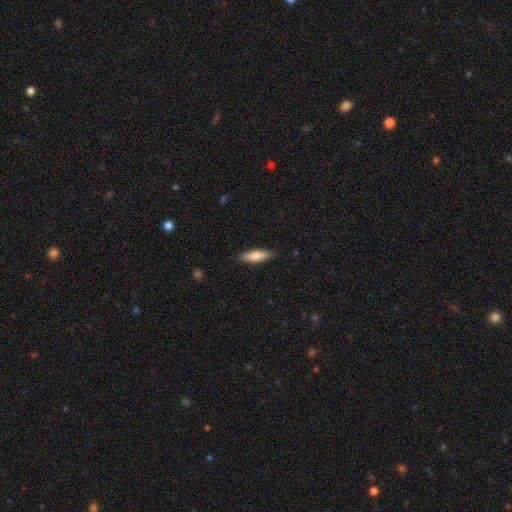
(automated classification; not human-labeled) Smooth or featured?
  - smooth: 77% *
  - featured or disk: 17%
  - star or artifact: 6%
How rounded?
  - cigar-shaped: 56% *
  - in between: 43%
  - round: 2%
Merging?
  - none: 88% *
  - minor disturbance: 9%
  - major disturbance: 2%
  - merger: 1%